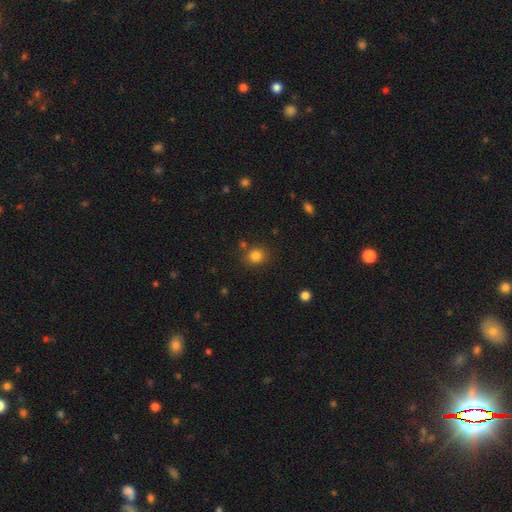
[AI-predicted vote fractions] Morphology: type=smooth (82%); roundness=round (77%); merging=none (81%).